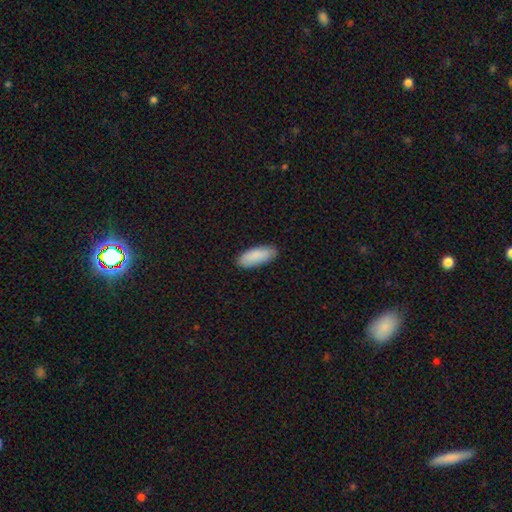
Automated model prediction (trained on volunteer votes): The model was most divided on "how rounded": in between: 75%, cigar-shaped: 23%, round: 2%. More confident: smooth or featured — smooth (89%); merging — none (86%).